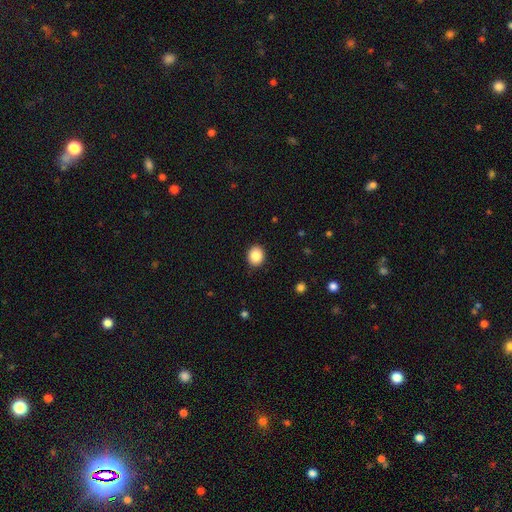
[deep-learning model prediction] The model was most divided on "how rounded": round: 61%, in between: 39%, cigar-shaped: 1%. More confident: merging — none (90%); smooth or featured — smooth (87%).